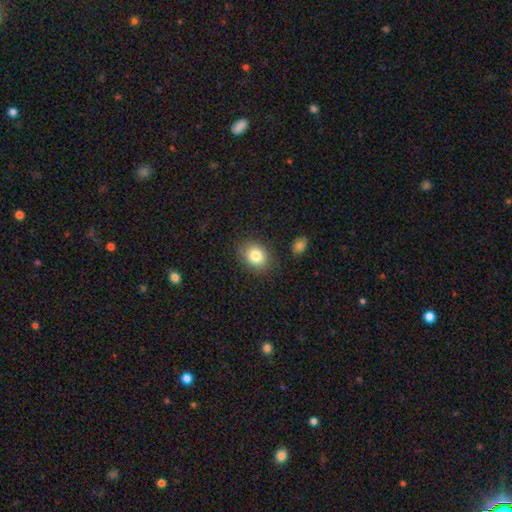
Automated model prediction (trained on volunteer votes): Q: Smooth or featured?
A: smooth (83%); runner-up: star or artifact (9%)
Q: How rounded?
A: in between (51%); runner-up: round (48%)
Q: Merging?
A: none (83%); runner-up: minor disturbance (11%)